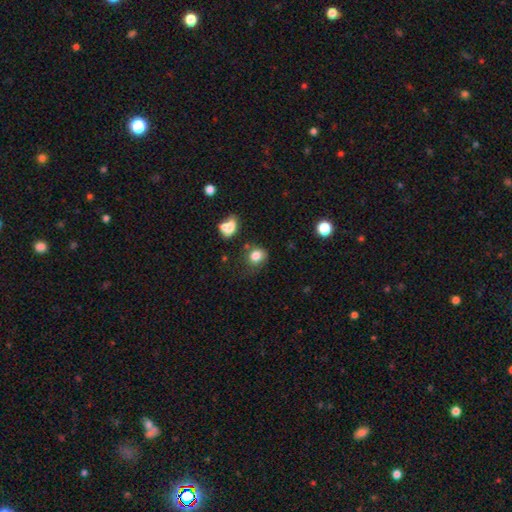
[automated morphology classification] smooth-or-featured: smooth: 82% | star or artifact: 11% | featured or disk: 8%
  how-rounded: round: 63% | in between: 36% | cigar-shaped: 1%
  merging: none: 60% | minor disturbance: 23% | merger: 9% | major disturbance: 8%